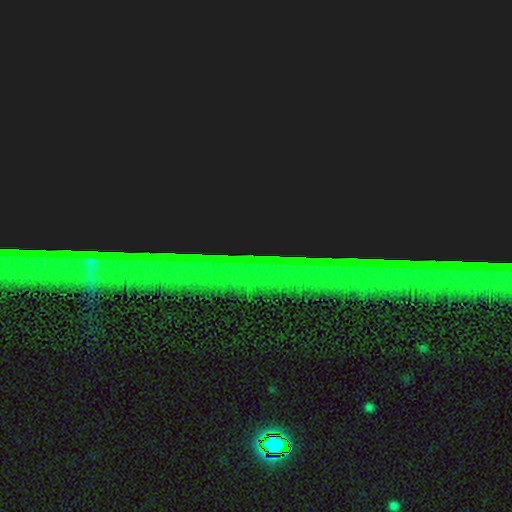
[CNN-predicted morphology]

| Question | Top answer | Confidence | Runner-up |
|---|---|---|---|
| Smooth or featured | star or artifact | 83% | featured or disk (9%) |